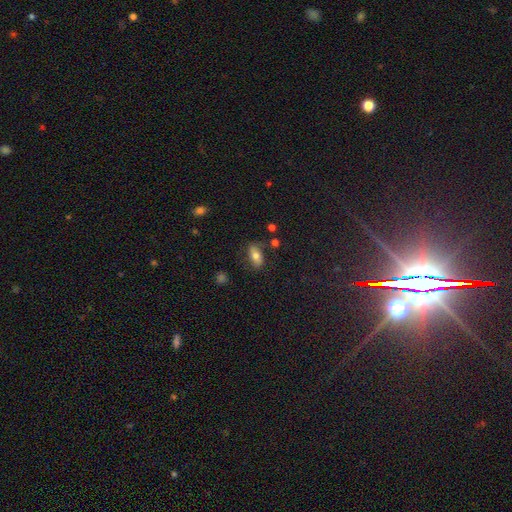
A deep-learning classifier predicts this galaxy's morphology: Smooth or featured: smooth — 69% (featured or disk — 22%)
How rounded: in between — 86% (cigar-shaped — 8%)
Merging: none — 71% (minor disturbance — 19%)